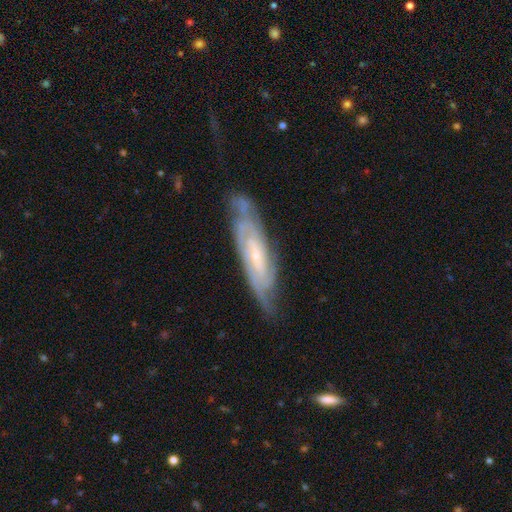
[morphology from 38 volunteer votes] type=featured or disk (84%); edge-on=no (81%); bar=weak (54%); spiral arms=yes (96%); winding=tight (84%); arm count=3 (44%); bulge=small (73%); merging=none (71%).